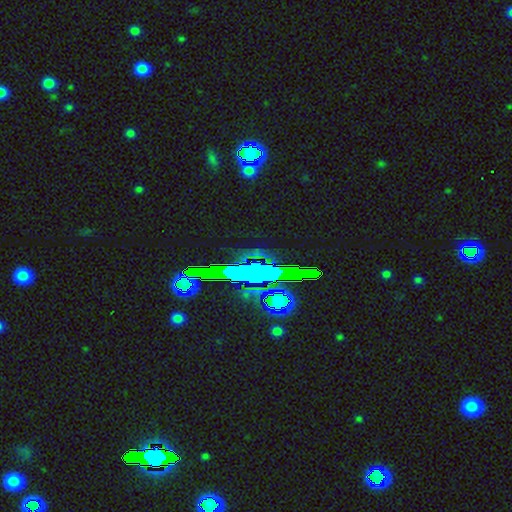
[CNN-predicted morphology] This appears to be a star or artifact, not a galaxy (68%).